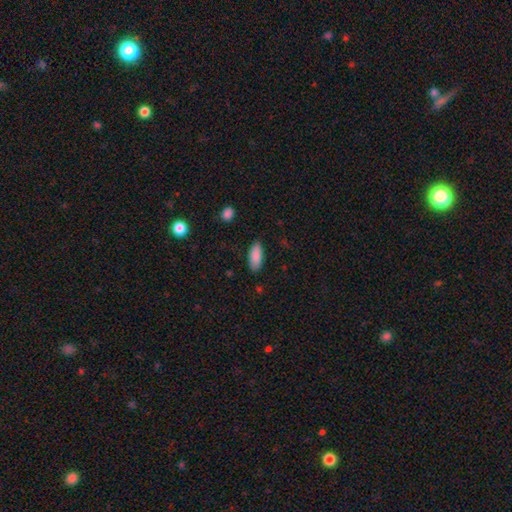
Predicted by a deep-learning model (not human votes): Smooth or featured?
  - smooth: 89% *
  - star or artifact: 6%
  - featured or disk: 5%
How rounded?
  - in between: 84% *
  - cigar-shaped: 14%
  - round: 2%
Merging?
  - none: 85% *
  - minor disturbance: 11%
  - major disturbance: 2%
  - merger: 1%